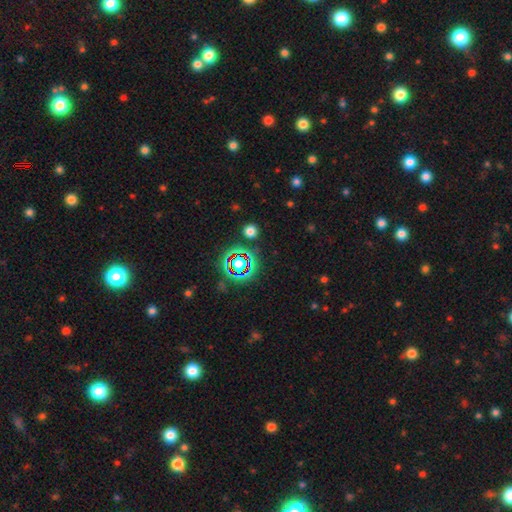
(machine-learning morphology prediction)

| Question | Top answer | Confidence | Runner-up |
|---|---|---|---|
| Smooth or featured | star or artifact | 62% | smooth (27%) |